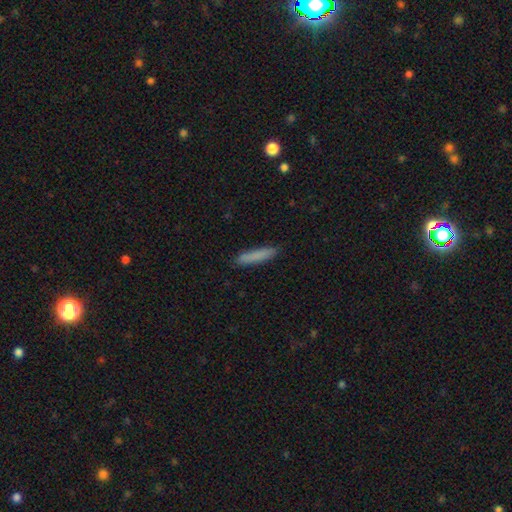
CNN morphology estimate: type=smooth (84%); roundness=cigar-shaped (90%); merging=none (89%).